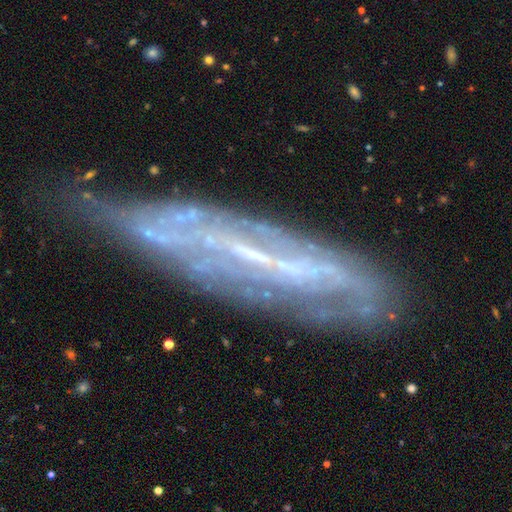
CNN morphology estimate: A featured or disk galaxy (74%). Merging: none (57%).